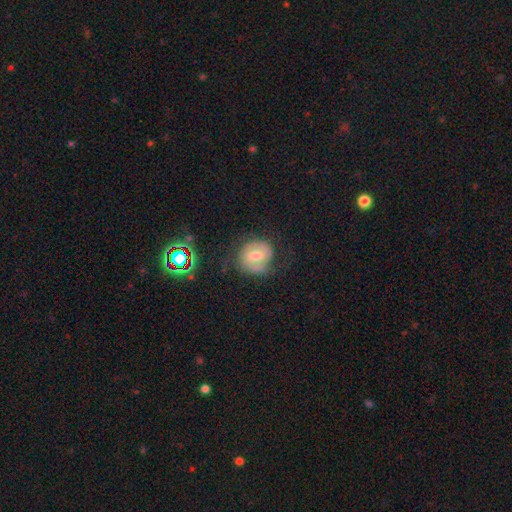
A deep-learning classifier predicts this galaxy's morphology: A featured or disk galaxy (53%) with a weak bar (47%), spiral arms (73%) and a moderate central bulge (67%). Merging: none (62%).